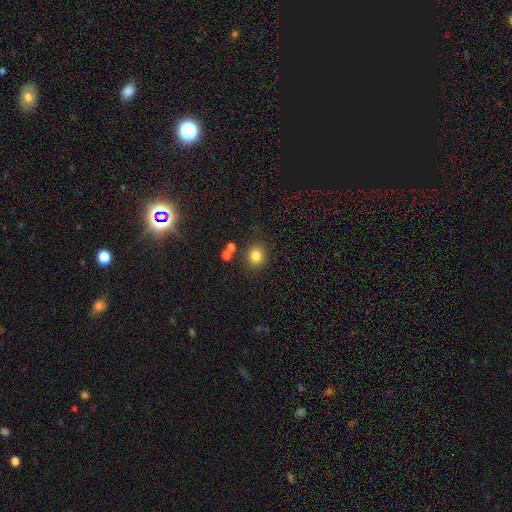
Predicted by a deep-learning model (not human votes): A smooth galaxy with no disk features (82%) that is round (79%).

Vote fractions:
- Smooth or featured? smooth: 82% / star or artifact: 12% / featured or disk: 6%
- How rounded? round: 79% / in between: 20% / cigar-shaped: 1%
- Merging? none: 82% / minor disturbance: 9% / merger: 6% / major disturbance: 3%